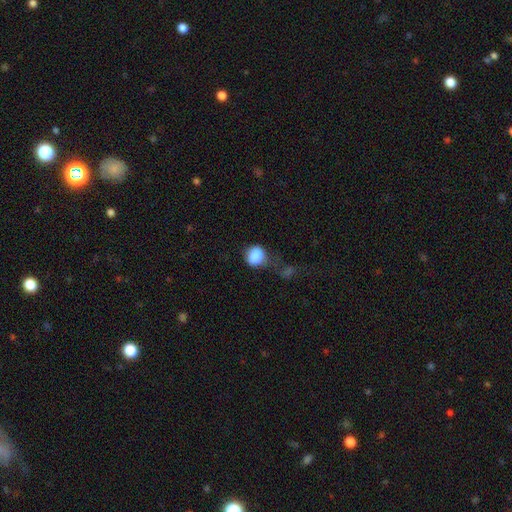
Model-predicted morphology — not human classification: smooth 85%, star or artifact 9%, featured or disk 6%. Down the decision tree: how rounded — round (57%); merging — none (42%).